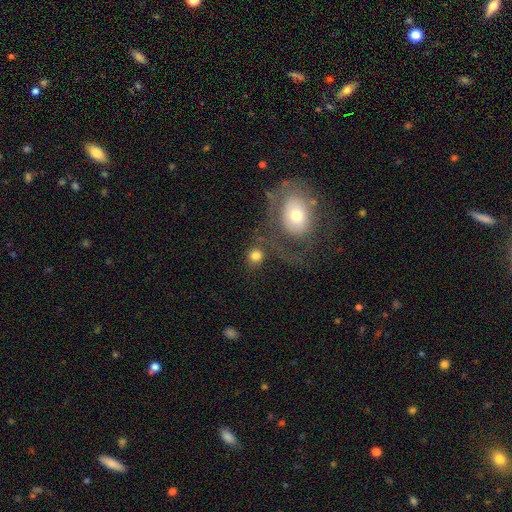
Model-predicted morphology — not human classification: A smooth galaxy with no disk features (76%) that is round (83%). Merging: none (63%).